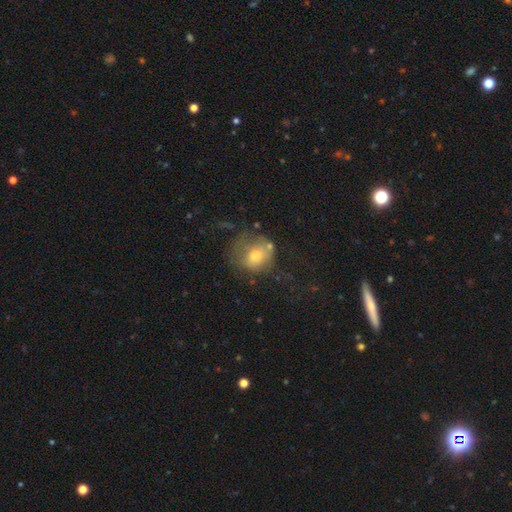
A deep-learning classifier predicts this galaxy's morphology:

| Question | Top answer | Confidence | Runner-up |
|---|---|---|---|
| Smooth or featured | smooth | 60% | featured or disk (28%) |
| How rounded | round | 71% | in between (28%) |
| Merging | none | 43% | minor disturbance (25%) |